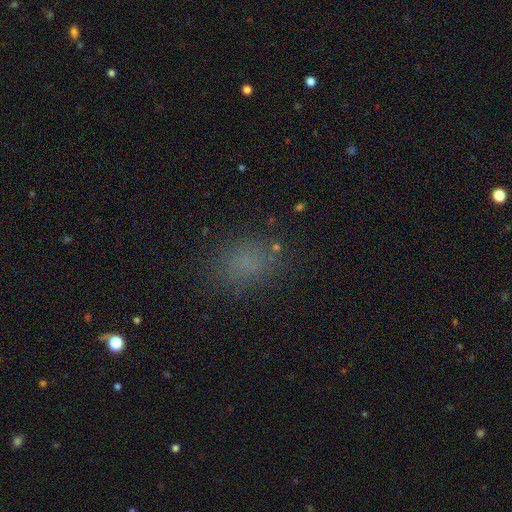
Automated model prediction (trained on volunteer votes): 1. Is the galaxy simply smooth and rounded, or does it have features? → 72% smooth, 21% star or artifact, 7% featured or disk.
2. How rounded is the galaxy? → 61% in between, 37% round, 2% cigar-shaped.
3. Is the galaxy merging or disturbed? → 80% none, 12% minor disturbance, 6% major disturbance, 2% merger.